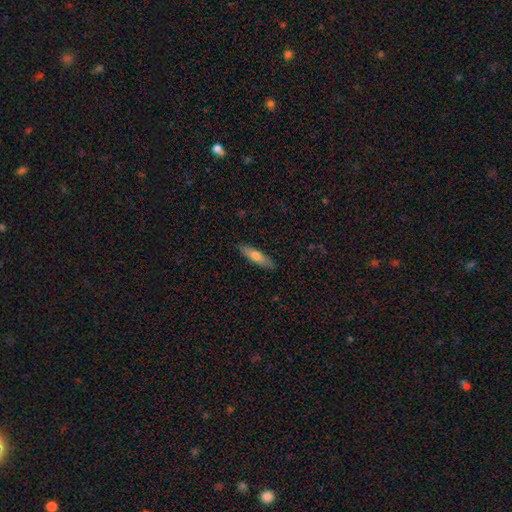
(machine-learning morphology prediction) smooth-or-featured: smooth: 67% | featured or disk: 27% | star or artifact: 6%
  how-rounded: cigar-shaped: 68% | in between: 30% | round: 2%
  merging: none: 87% | minor disturbance: 10% | major disturbance: 2% | merger: 1%